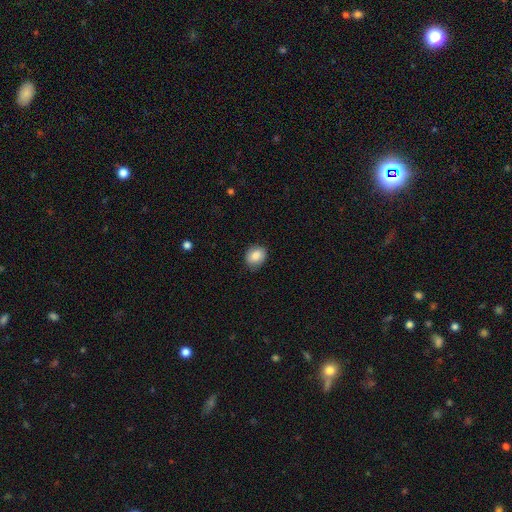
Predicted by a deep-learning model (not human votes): smooth-or-featured: smooth: 85% | star or artifact: 8% | featured or disk: 7%
  how-rounded: in between: 50% | round: 49% | cigar-shaped: 1%
  merging: none: 80% | minor disturbance: 15% | major disturbance: 3% | merger: 1%